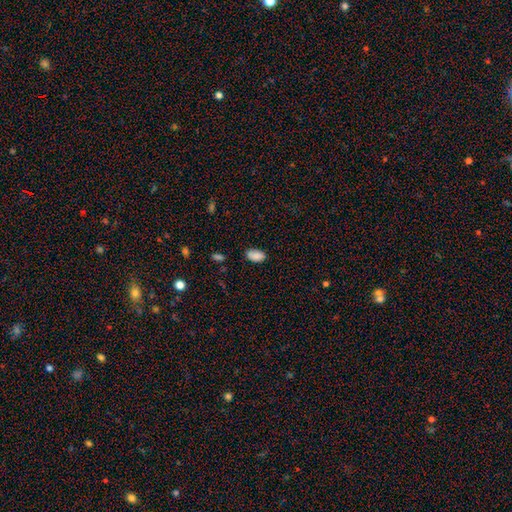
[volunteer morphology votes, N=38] smooth 87%, featured or disk 8%, star or artifact 5%. Down the decision tree: how rounded — in between (100%); merging — none (78%).